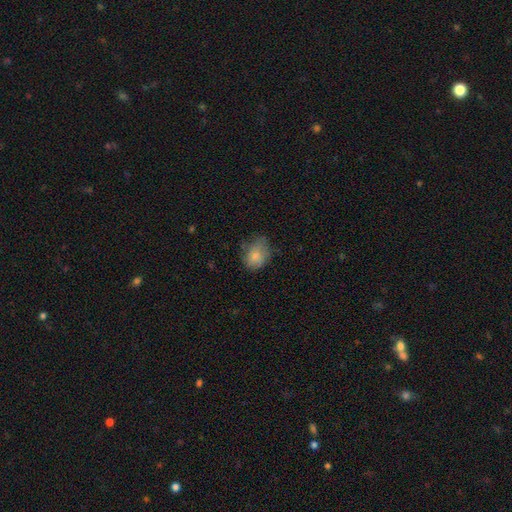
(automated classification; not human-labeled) Smooth or featured? smooth (79%)
How rounded? in between (59%)
Merging? none (52%)